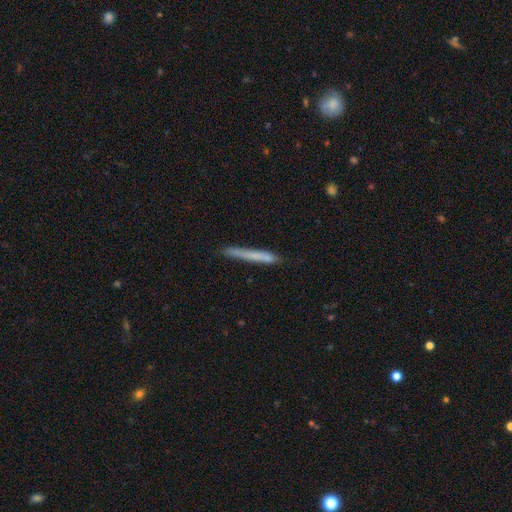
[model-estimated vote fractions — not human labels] Q: Smooth or featured?
A: smooth (65%); runner-up: featured or disk (28%)
Q: How rounded?
A: cigar-shaped (97%); runner-up: in between (2%)
Q: Merging?
A: none (80%); runner-up: minor disturbance (15%)